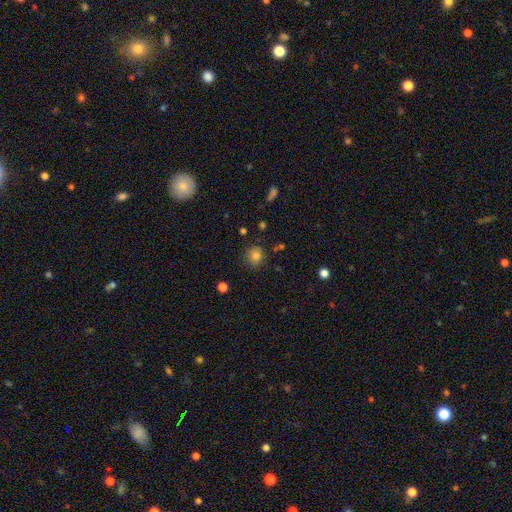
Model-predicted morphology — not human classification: This appears to be a smooth galaxy with no disk features (80%) that is round (84%). Merging: none (84%).